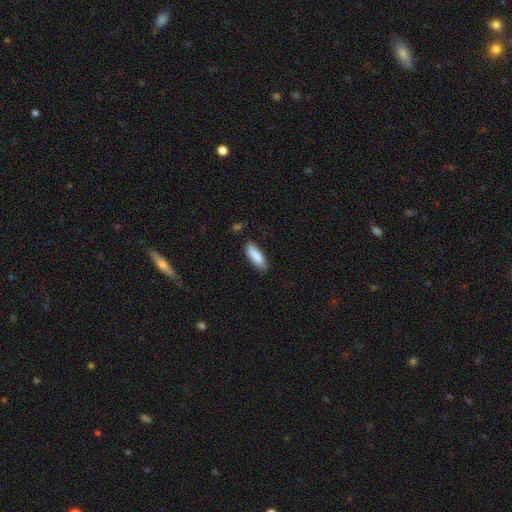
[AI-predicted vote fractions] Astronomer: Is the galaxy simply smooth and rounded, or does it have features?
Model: smooth — 88%.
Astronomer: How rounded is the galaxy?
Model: in between — 53% (runner-up: cigar-shaped, 45%).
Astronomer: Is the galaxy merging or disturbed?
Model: none — 79%.